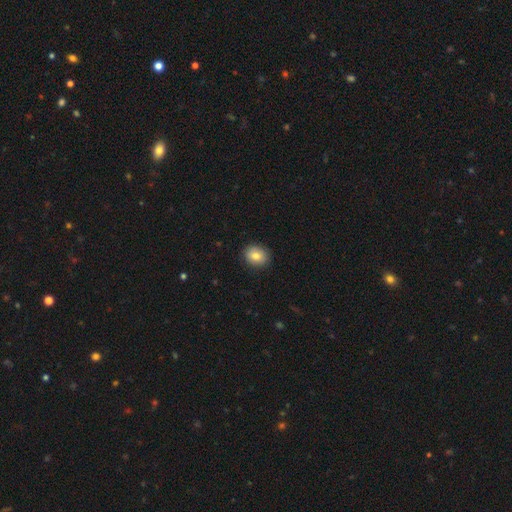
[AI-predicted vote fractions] This is clearly a smooth galaxy (83%). How rounded: possibly round (55%). Merging: clearly none (89%).